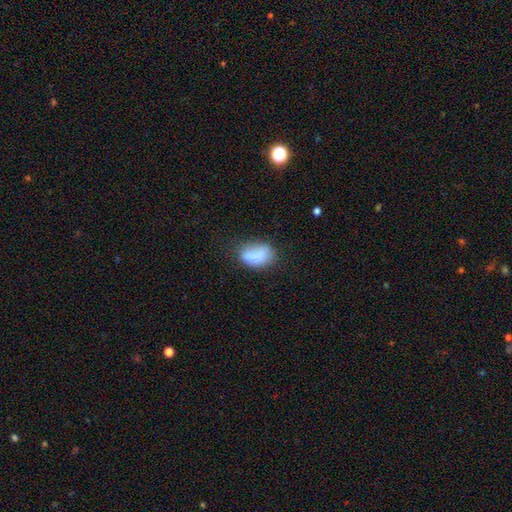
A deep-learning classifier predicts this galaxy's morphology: Smooth or featured: smooth — 78% (featured or disk — 13%)
How rounded: in between — 87% (round — 11%)
Merging: none — 49% (minor disturbance — 30%)